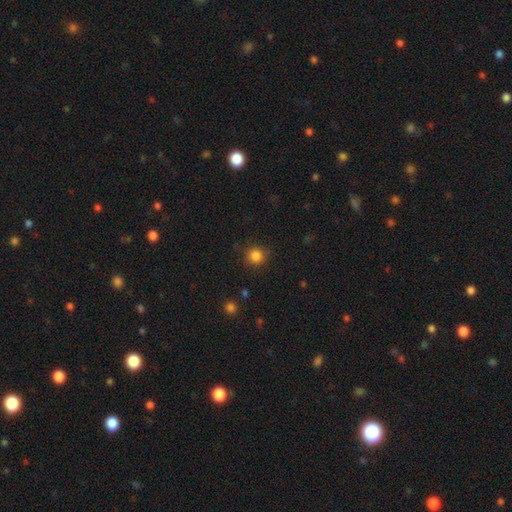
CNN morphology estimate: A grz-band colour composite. It shows a smooth galaxy with no disk features (84%) that is round (92%). Merging: none (87%).